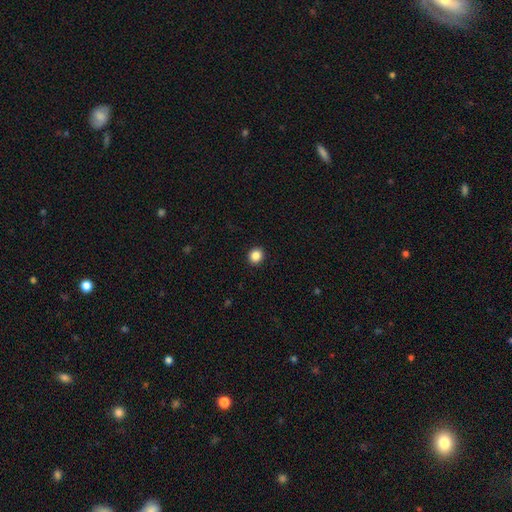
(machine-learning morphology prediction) The model was most divided on "how rounded": round: 82%, in between: 17%, cigar-shaped: 1%. More confident: merging — none (93%); smooth or featured — smooth (86%).